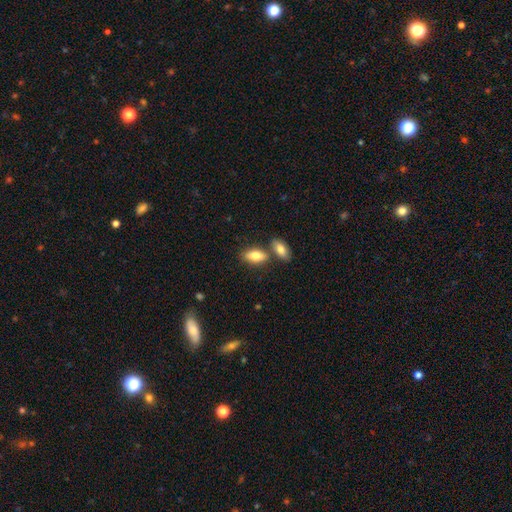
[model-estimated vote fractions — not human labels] This appears to be a smooth galaxy with no disk features (80%) that is in between round and cigar-shaped (87%). Merging: none (62%).